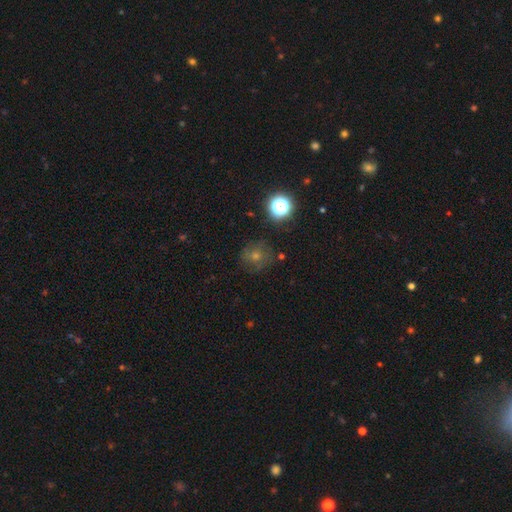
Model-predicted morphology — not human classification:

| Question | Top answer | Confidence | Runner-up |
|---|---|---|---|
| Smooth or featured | smooth | 46% | star or artifact (35%) |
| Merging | none | 80% | minor disturbance (13%) |